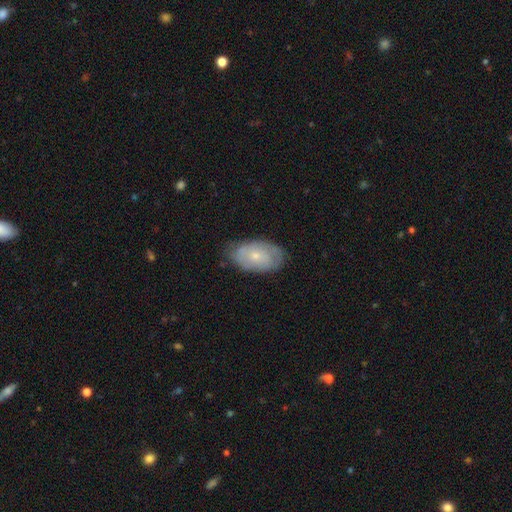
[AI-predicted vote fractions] Smooth or featured?
  - smooth: 48% *
  - featured or disk: 46%
  - star or artifact: 6%
Merging?
  - none: 72% *
  - minor disturbance: 22%
  - major disturbance: 5%
  - merger: 1%